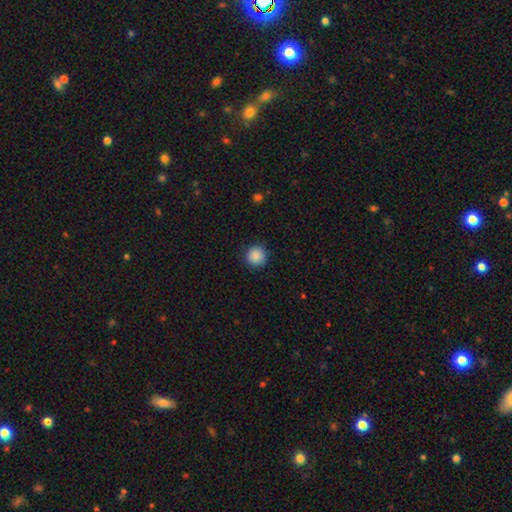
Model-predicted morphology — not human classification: Overall: smooth (88%). How rounded: round (95%). Merging: none (91%).